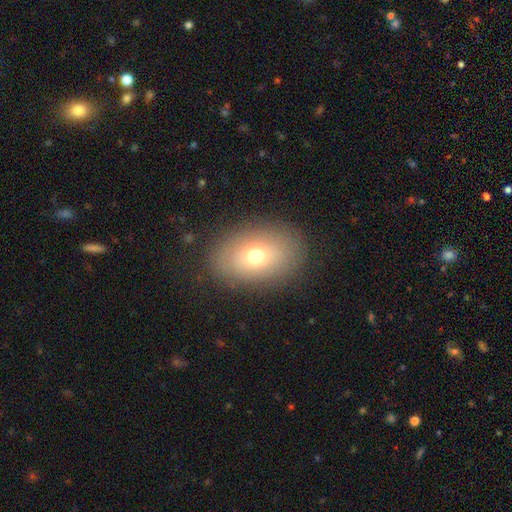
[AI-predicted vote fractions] This is likely a smooth galaxy (70%). How rounded: clearly in between (81%). Merging: clearly none (85%).